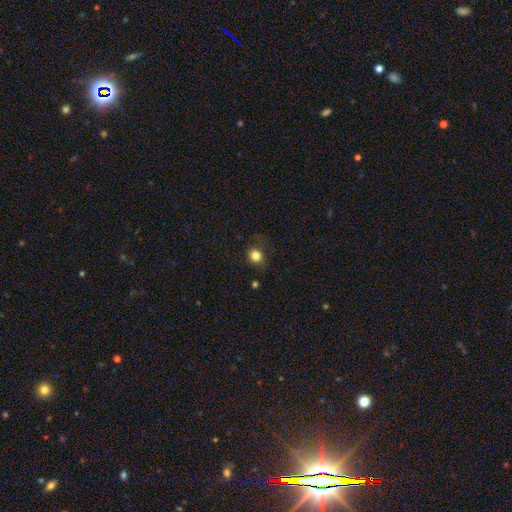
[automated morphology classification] type=smooth (83%); roundness=round (71%); merging=none (82%).